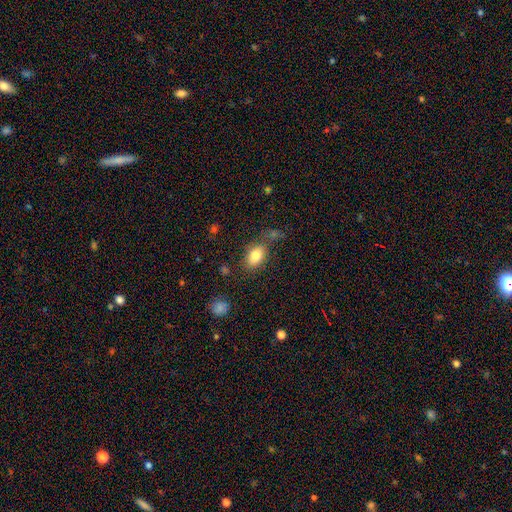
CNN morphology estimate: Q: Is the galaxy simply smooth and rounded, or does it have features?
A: smooth — 81%.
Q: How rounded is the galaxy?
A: in between — 85%.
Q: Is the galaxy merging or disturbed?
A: none — 70%.